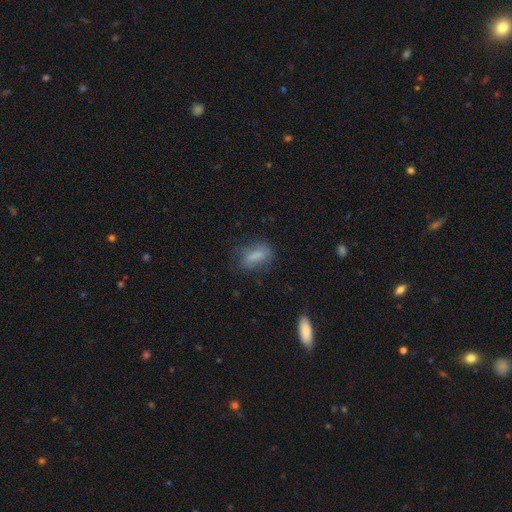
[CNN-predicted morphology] A smooth galaxy with no disk features (76%) that is in between round and cigar-shaped (81%). Merging: none (61%).